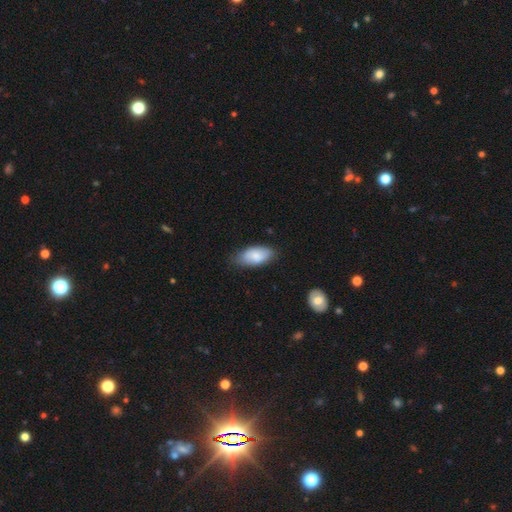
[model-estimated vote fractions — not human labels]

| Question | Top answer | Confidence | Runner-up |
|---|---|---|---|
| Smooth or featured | smooth | 82% | featured or disk (12%) |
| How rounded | in between | 91% | cigar-shaped (6%) |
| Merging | none | 74% | minor disturbance (21%) |